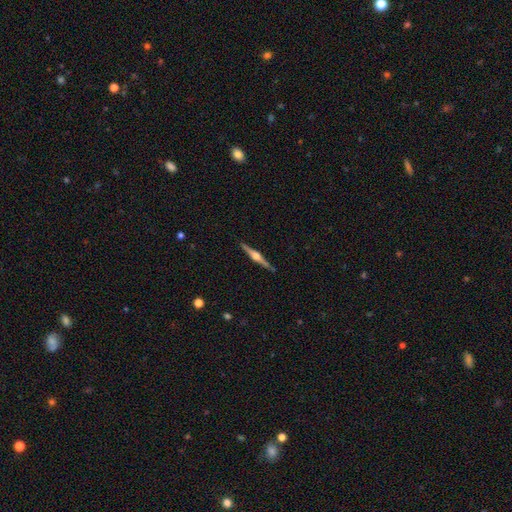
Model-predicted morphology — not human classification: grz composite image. It shows a featured or disk galaxy (83%) viewed edge-on (99%) with a rounded central bulge (92%). Merging: none (91%).